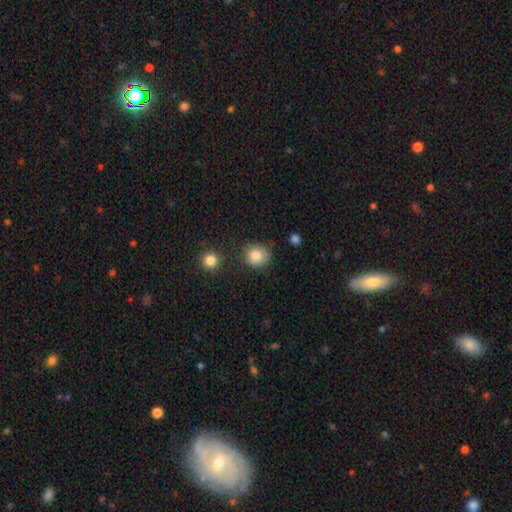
This appears to be a smooth galaxy with no disk features (89%) that is round (79%). Merging: none (83%).